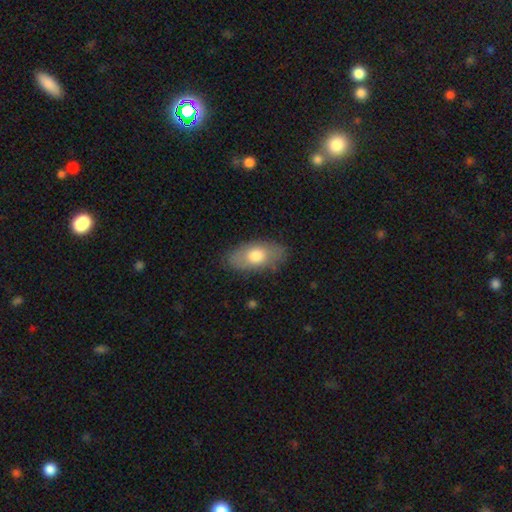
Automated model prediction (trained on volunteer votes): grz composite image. It shows a smooth galaxy with no disk features (69%) that is in between round and cigar-shaped (90%). Merging: none (78%).